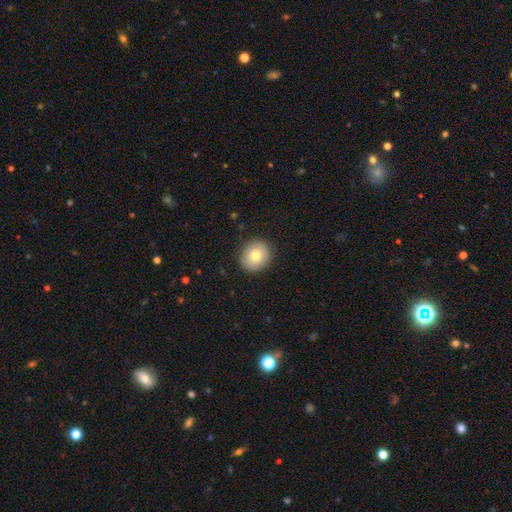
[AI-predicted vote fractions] Morphology: type=smooth (77%); roundness=round (82%); merging=none (89%).